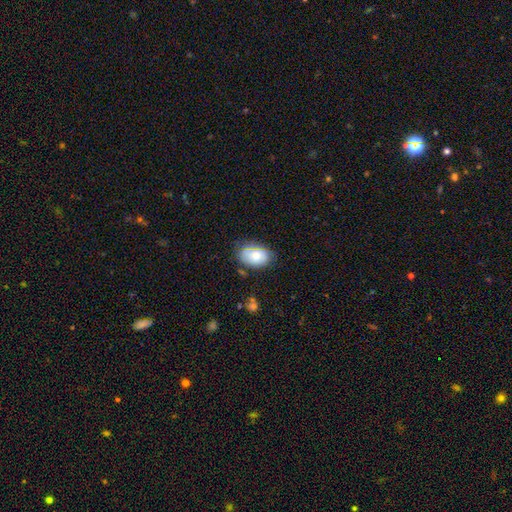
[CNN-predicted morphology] A smooth galaxy with no disk features (74%) that is in between round and cigar-shaped (87%).

Vote fractions:
- Smooth or featured? smooth: 74% / featured or disk: 18% / star or artifact: 7%
- How rounded? in between: 87% / round: 12% / cigar-shaped: 1%
- Merging? none: 70% / minor disturbance: 23% / major disturbance: 5% / merger: 2%